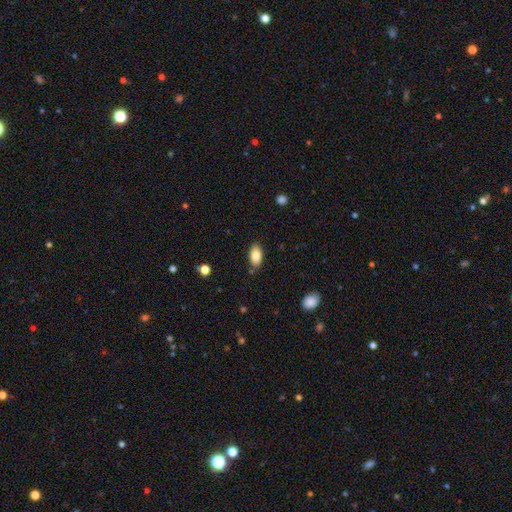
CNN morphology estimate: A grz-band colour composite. It shows a smooth galaxy with no disk features (84%) that is in between round and cigar-shaped (92%). Merging: none (82%).